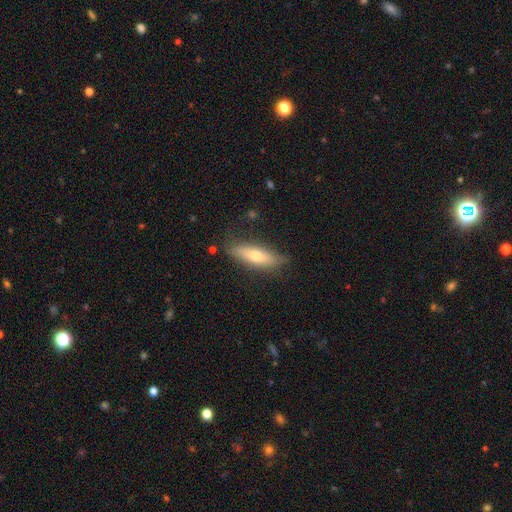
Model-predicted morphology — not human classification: Smooth or featured? smooth (64%)
How rounded? cigar-shaped (60%)
Merging? none (78%)